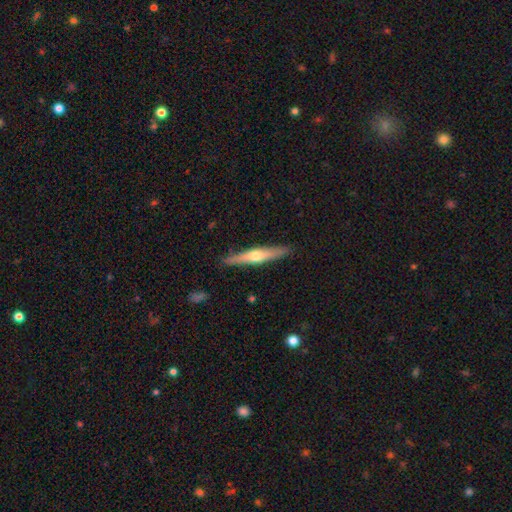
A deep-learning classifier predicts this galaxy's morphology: type=featured or disk (62%); edge-on=yes (96%); edge-on bulge=rounded (89%); merging=none (90%).